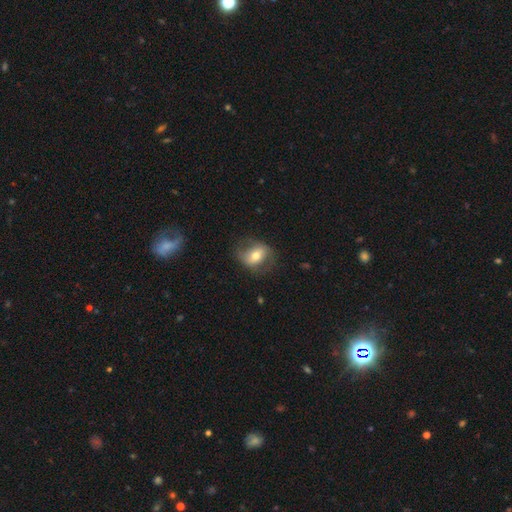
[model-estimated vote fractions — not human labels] smooth-or-featured: smooth: 53% | featured or disk: 39% | star or artifact: 8%
  how-rounded: in between: 64% | round: 34% | cigar-shaped: 2%
  merging: none: 68% | minor disturbance: 20% | major disturbance: 11% | merger: 1%